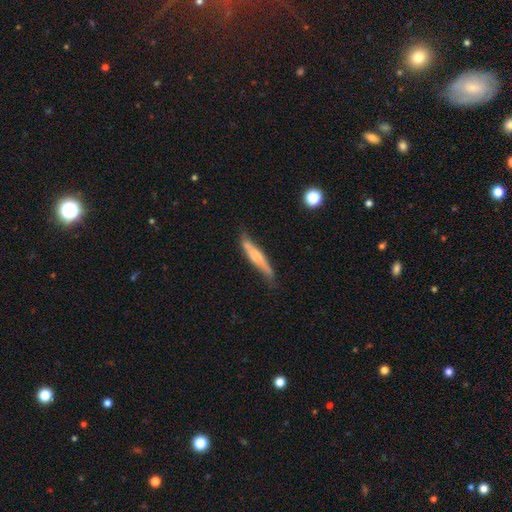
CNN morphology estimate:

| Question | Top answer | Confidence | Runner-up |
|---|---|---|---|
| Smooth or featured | smooth | 53% | featured or disk (40%) |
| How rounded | cigar-shaped | 89% | in between (9%) |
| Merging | none | 66% | minor disturbance (25%) |